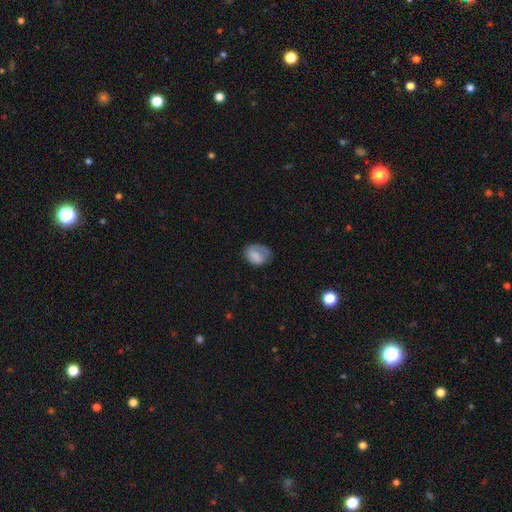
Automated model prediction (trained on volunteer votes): Smooth or featured: smooth — 70% (featured or disk — 22%)
How rounded: in between — 70% (round — 29%)
Merging: none — 45% (minor disturbance — 29%)